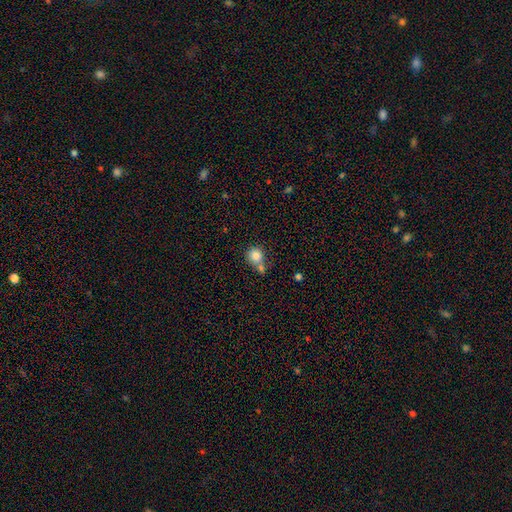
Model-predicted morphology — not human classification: Q: Smooth or featured?
A: smooth (83%); runner-up: star or artifact (9%)
Q: How rounded?
A: round (86%); runner-up: in between (13%)
Q: Merging?
A: none (49%); runner-up: merger (35%)